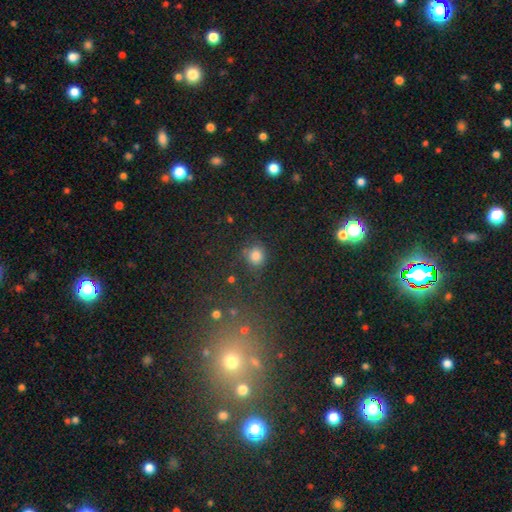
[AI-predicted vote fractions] Smooth or featured?
  - smooth: 79% *
  - star or artifact: 15%
  - featured or disk: 7%
How rounded?
  - round: 84% *
  - in between: 14%
  - cigar-shaped: 1%
Merging?
  - none: 67% *
  - minor disturbance: 18%
  - major disturbance: 9%
  - merger: 6%